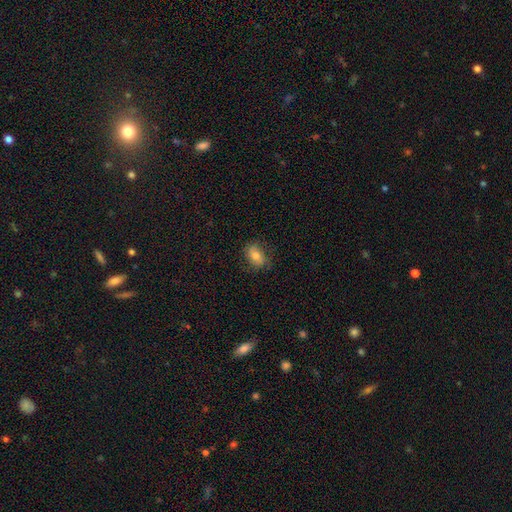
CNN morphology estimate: Smooth or featured?
  - smooth: 66% *
  - featured or disk: 25%
  - star or artifact: 10%
How rounded?
  - in between: 75% *
  - round: 23%
  - cigar-shaped: 2%
Merging?
  - none: 75% *
  - minor disturbance: 18%
  - major disturbance: 6%
  - merger: 1%